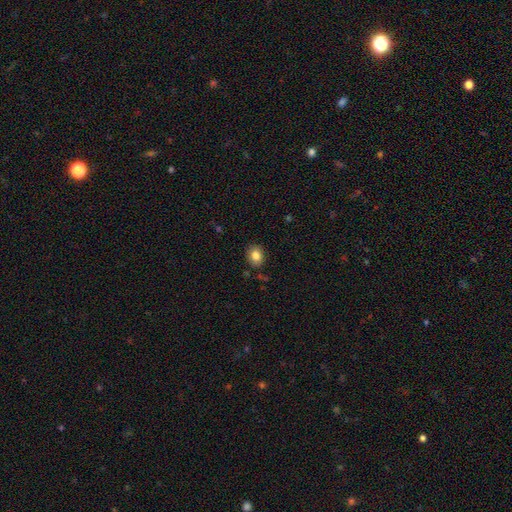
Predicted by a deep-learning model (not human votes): Smooth or featured: smooth — 83% (star or artifact — 10%)
How rounded: round — 58% (in between — 41%)
Merging: none — 86% (minor disturbance — 10%)